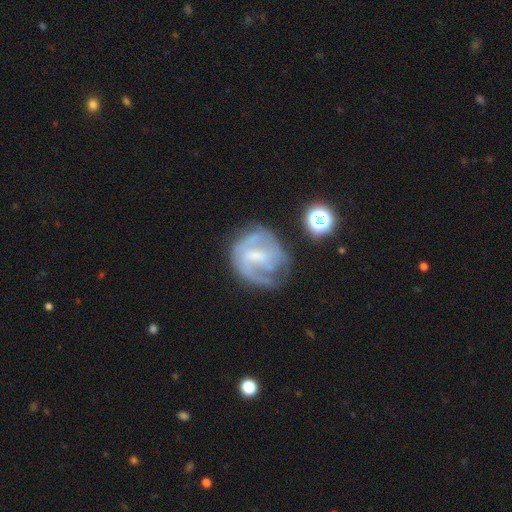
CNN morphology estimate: Overall: featured or disk (73%). Edge-on disk: no (98%). Bar: weak (51%; no 31%). Spiral arms: yes (80%). Spiral arm count: can't tell (32%; 2 31%). Spiral winding: tight (42%; medium 38%). Bulge size: small (39%; none 28%). Merging: none (51%; minor disturbance 23%).